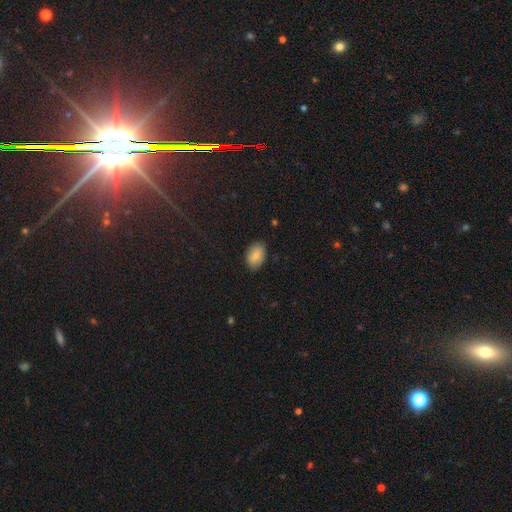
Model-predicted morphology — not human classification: This is clearly a smooth galaxy (81%). How rounded: clearly in between (88%). Merging: clearly none (85%).